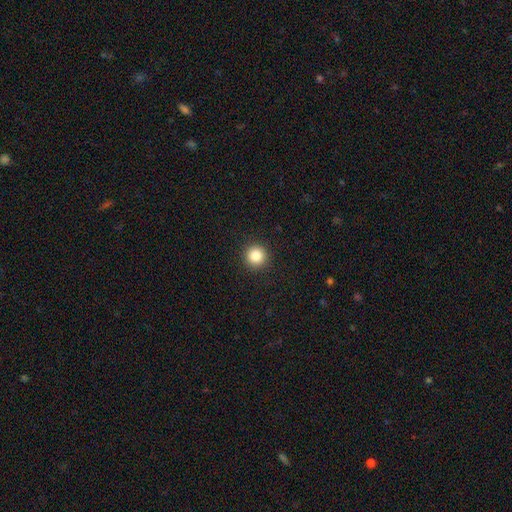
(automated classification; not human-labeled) smooth_or_featured: smooth (p=0.85) [alt: star or artifact p=0.11]
how_rounded: round (p=0.95) [alt: in between p=0.04]
merging: none (p=0.93) [alt: minor disturbance p=0.04]